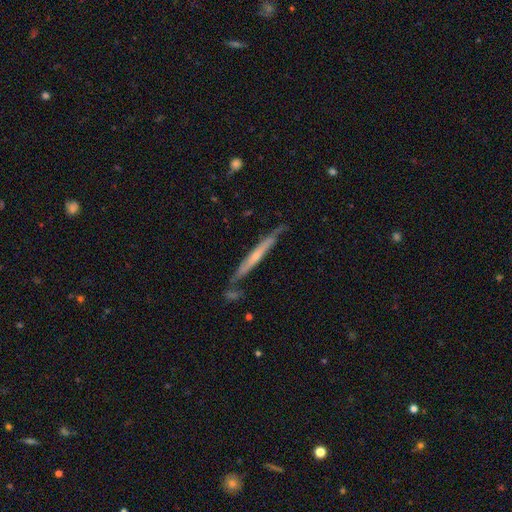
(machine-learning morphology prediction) Q: Smooth or featured?
A: featured or disk (65%); runner-up: smooth (29%)
Q: Edge-on disk?
A: yes (91%); runner-up: no (9%)
Q: Edge-on bulge?
A: none (52%); runner-up: rounded (44%)
Q: Merging?
A: none (71%); runner-up: minor disturbance (19%)